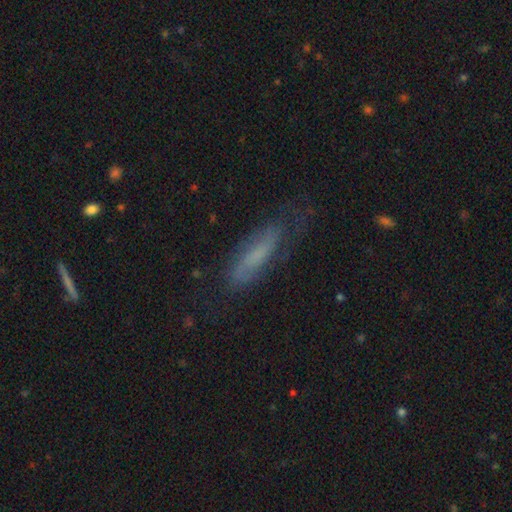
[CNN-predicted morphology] This appears to be a smooth galaxy with no disk features (52%) that is cigar-shaped (65%). Merging: none (62%).